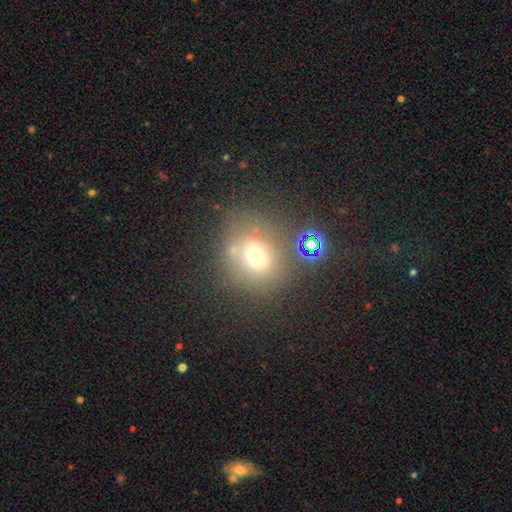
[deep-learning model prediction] smooth_or_featured: smooth (p=0.63) [alt: star or artifact p=0.20]
how_rounded: round (p=0.63) [alt: in between p=0.35]
merging: none (p=0.62) [alt: minor disturbance p=0.16]